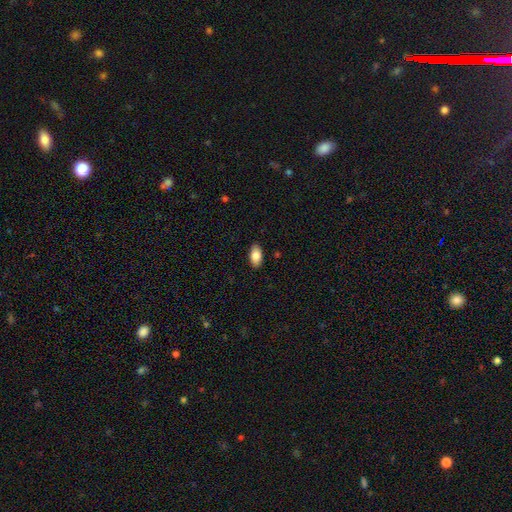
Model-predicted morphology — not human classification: type=smooth (85%); roundness=in between (93%); merging=none (89%).